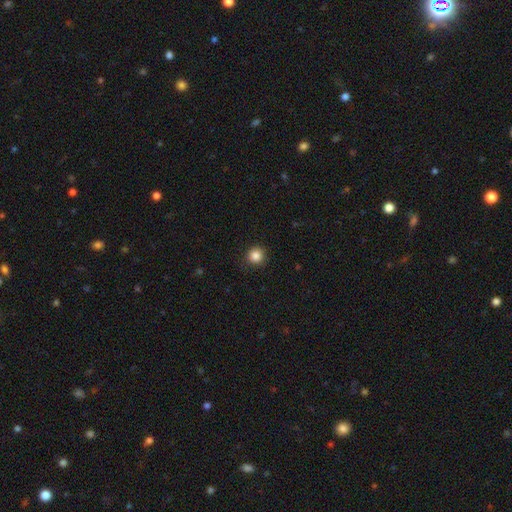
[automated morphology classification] This appears to be a smooth galaxy with no disk features (85%) that is round (95%). Merging: none (91%).